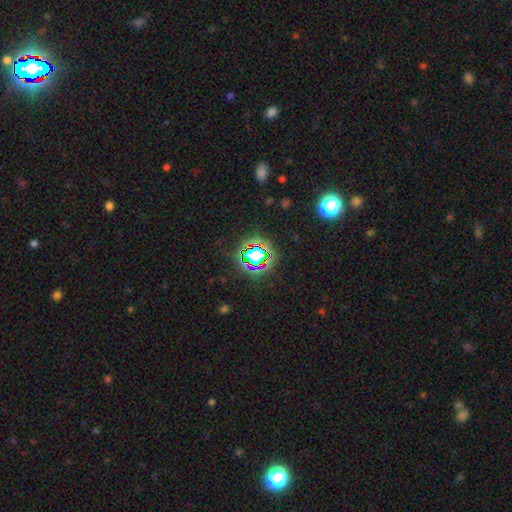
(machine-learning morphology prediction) Smooth or featured? star or artifact (66%)